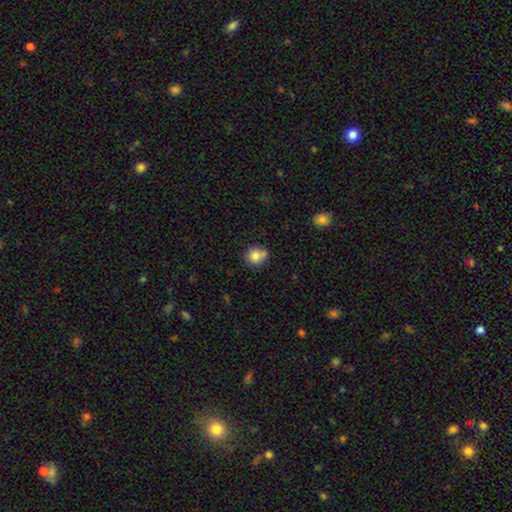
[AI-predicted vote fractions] smooth-or-featured: smooth: 82% | star or artifact: 10% | featured or disk: 8%
  how-rounded: round: 83% | in between: 16% | cigar-shaped: 1%
  merging: none: 61% | minor disturbance: 18% | merger: 17% | major disturbance: 4%